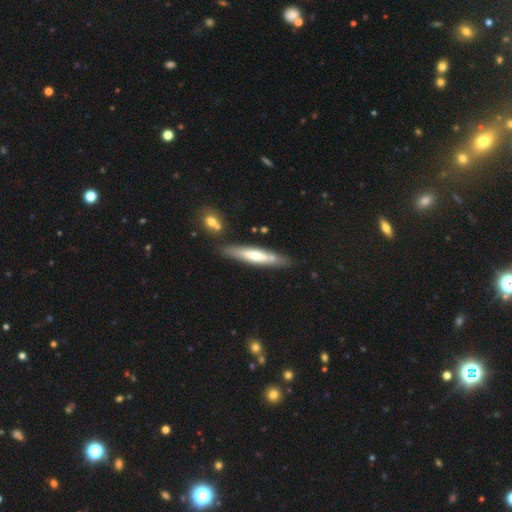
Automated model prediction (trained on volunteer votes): smooth 49%, featured or disk 46%, star or artifact 5%. Down the decision tree: merging — none (79%).